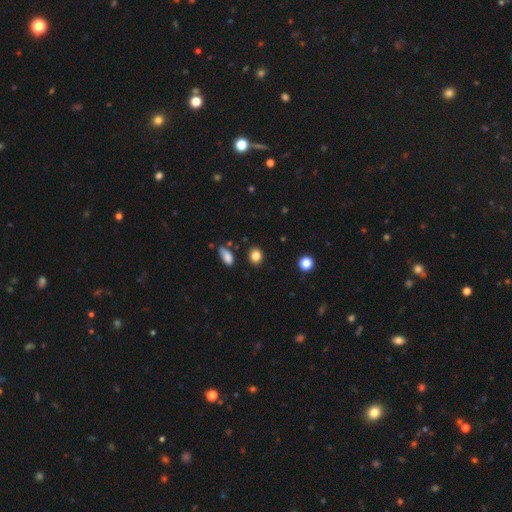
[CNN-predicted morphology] This appears to be a smooth galaxy with no disk features (85%) that is round (65%). Merging: none (86%).